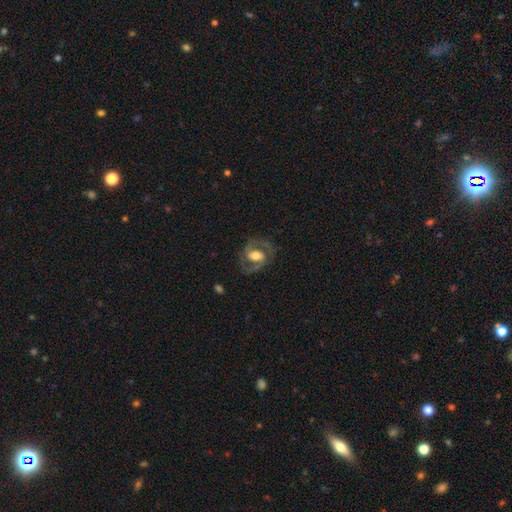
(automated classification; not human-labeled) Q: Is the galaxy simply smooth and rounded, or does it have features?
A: featured or disk — 77%.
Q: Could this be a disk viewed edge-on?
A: no — 96%.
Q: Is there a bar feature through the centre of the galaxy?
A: weak — 40%.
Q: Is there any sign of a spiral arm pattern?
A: yes — 84%.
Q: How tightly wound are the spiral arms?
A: medium — 55%.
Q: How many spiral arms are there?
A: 2 — 88%.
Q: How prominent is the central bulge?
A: moderate — 56%.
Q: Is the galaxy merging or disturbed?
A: none — 74%.